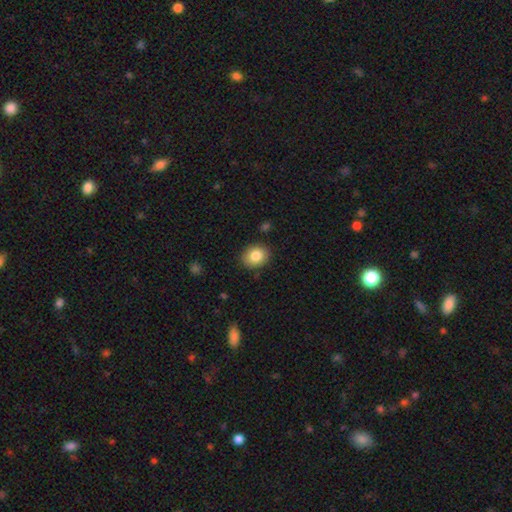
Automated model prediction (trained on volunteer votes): Smooth or featured: smooth — 84% (star or artifact — 9%)
How rounded: round — 54% (in between — 46%)
Merging: none — 87% (minor disturbance — 10%)